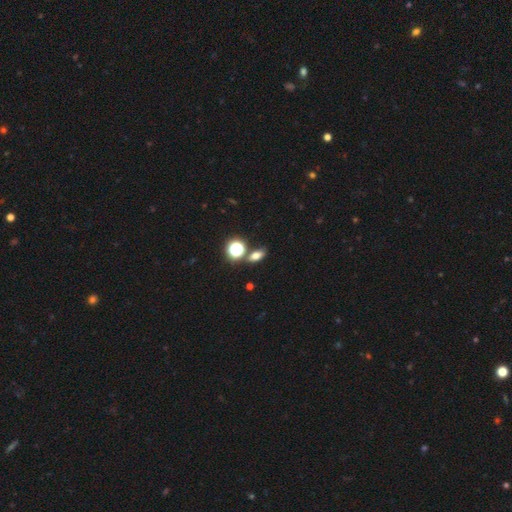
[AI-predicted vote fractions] A smooth galaxy with no disk features (66%) that is in between round and cigar-shaped (72%).

Vote fractions:
- Smooth or featured? smooth: 66% / star or artifact: 21% / featured or disk: 13%
- How rounded? in between: 72% / round: 20% / cigar-shaped: 8%
- Merging? none: 76% / merger: 11% / minor disturbance: 10% / major disturbance: 3%